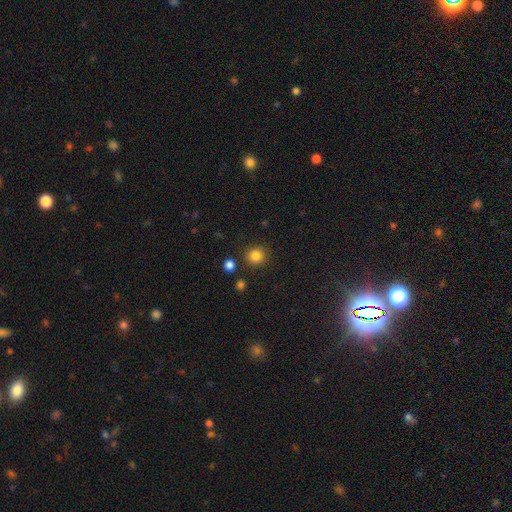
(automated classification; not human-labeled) A smooth galaxy with no disk features (84%) that is round (92%).

Vote fractions:
- Smooth or featured? smooth: 84% / star or artifact: 12% / featured or disk: 4%
- How rounded? round: 92% / in between: 7% / cigar-shaped: 1%
- Merging? none: 87% / minor disturbance: 7% / merger: 3% / major disturbance: 2%